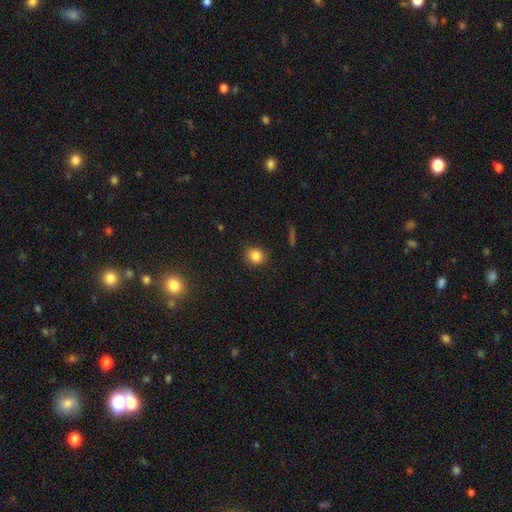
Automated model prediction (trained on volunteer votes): A smooth galaxy with no disk features (84%) that is round (81%). Merging: none (87%).